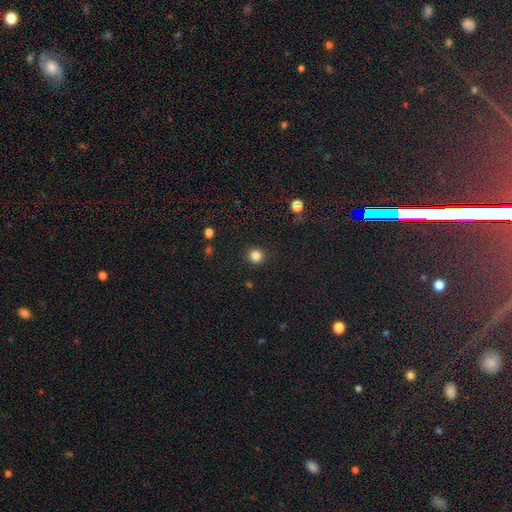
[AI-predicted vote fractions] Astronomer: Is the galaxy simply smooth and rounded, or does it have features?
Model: smooth — 84%.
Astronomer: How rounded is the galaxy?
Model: round — 94%.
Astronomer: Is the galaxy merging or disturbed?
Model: none — 91%.